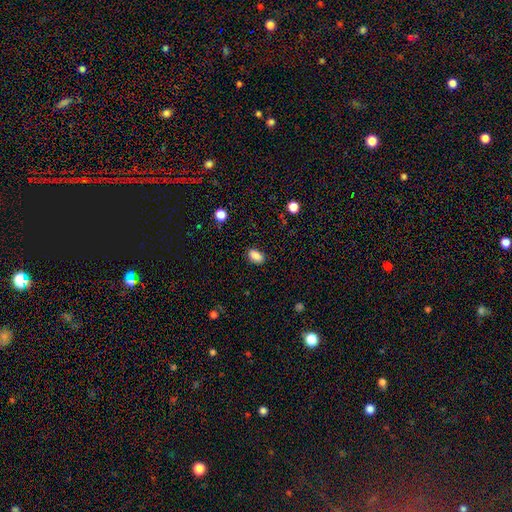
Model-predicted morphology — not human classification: smooth-or-featured: smooth: 88% | star or artifact: 9% | featured or disk: 3%
  how-rounded: in between: 88% | round: 9% | cigar-shaped: 2%
  merging: none: 85% | minor disturbance: 11% | major disturbance: 3% | merger: 1%